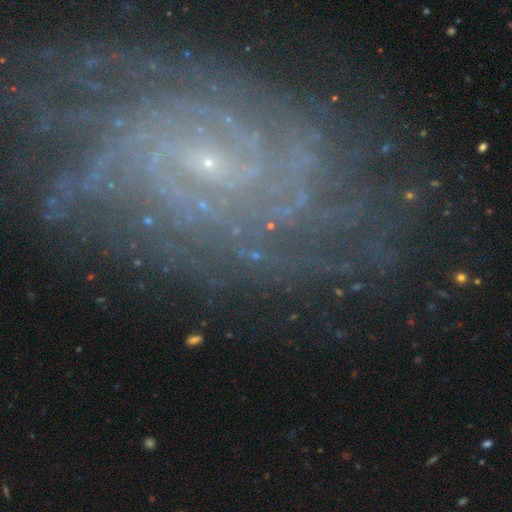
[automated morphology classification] Q: Smooth or featured?
A: featured or disk (80%); runner-up: star or artifact (12%)
Q: Edge-on disk?
A: no (97%); runner-up: yes (3%)
Q: Bar?
A: no (53%); runner-up: weak (31%)
Q: Spiral arms?
A: yes (94%); runner-up: no (6%)
Q: Spiral winding?
A: tight (72%); runner-up: medium (21%)
Q: Spiral arm count?
A: can't tell (29%); runner-up: more than 4 (19%)
Q: Bulge size?
A: small (84%); runner-up: moderate (8%)
Q: Merging?
A: none (75%); runner-up: minor disturbance (15%)